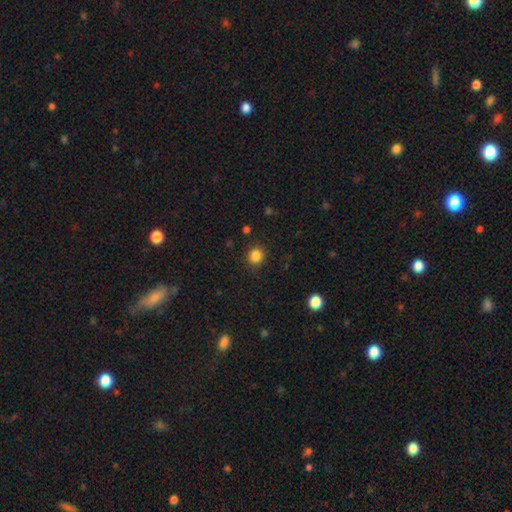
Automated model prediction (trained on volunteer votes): Smooth or featured: smooth — 84% (star or artifact — 12%)
How rounded: round — 92% (in between — 7%)
Merging: none — 89% (minor disturbance — 7%)